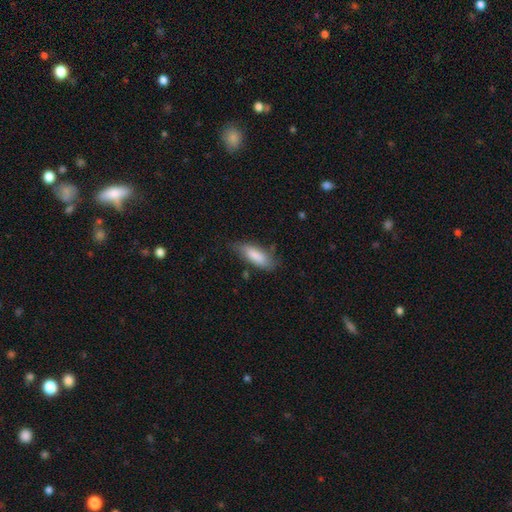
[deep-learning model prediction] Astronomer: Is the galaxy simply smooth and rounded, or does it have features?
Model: smooth — 81%.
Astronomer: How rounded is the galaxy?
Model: in between — 66%.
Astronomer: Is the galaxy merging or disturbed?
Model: none — 65%.